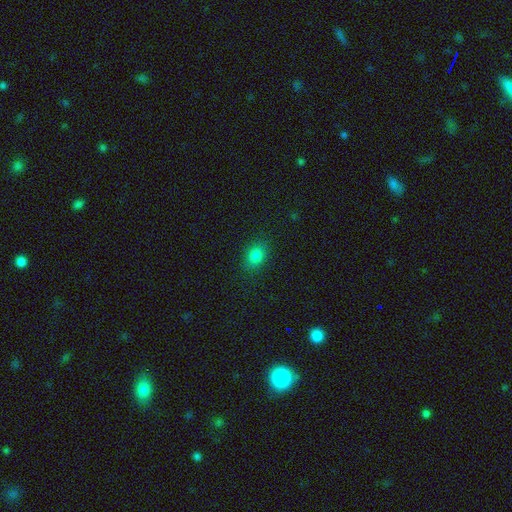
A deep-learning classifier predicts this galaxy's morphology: Smooth or featured?
  - smooth: 82% *
  - star or artifact: 13%
  - featured or disk: 6%
How rounded?
  - in between: 70% *
  - round: 29%
  - cigar-shaped: 1%
Merging?
  - none: 87% *
  - minor disturbance: 10%
  - major disturbance: 3%
  - merger: 1%